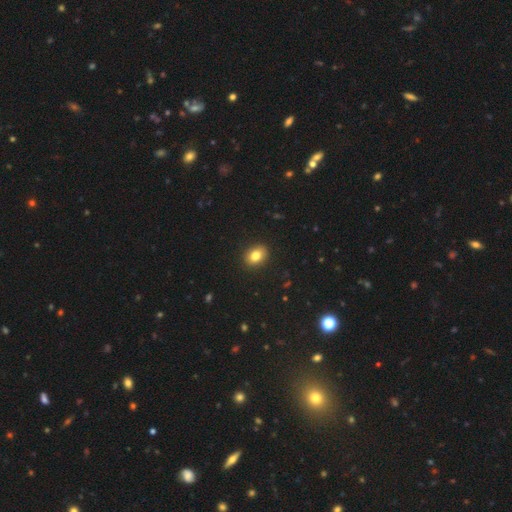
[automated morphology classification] Smooth or featured? smooth (82%)
How rounded? in between (60%)
Merging? none (91%)